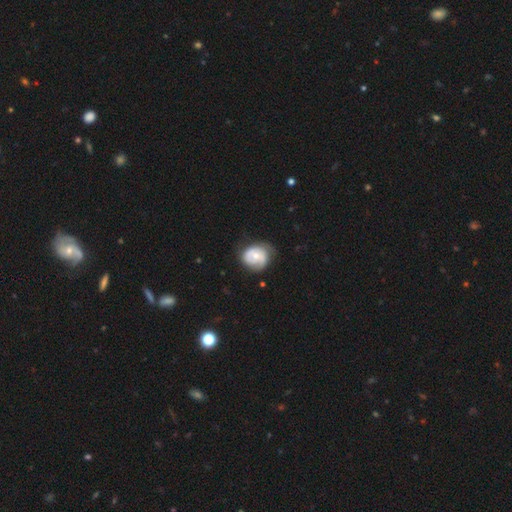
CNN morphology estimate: smooth_or_featured: featured or disk (p=0.52) [alt: smooth p=0.42]
disk_edge_on: no (p=0.97) [alt: yes p=0.03]
bar: no (p=0.77) [alt: weak p=0.19]
has_spiral_arms: yes (p=0.68) [alt: no p=0.32]
bulge_size: moderate (p=0.56) [alt: small p=0.40]
merging: none (p=0.52) [alt: minor disturbance p=0.32]